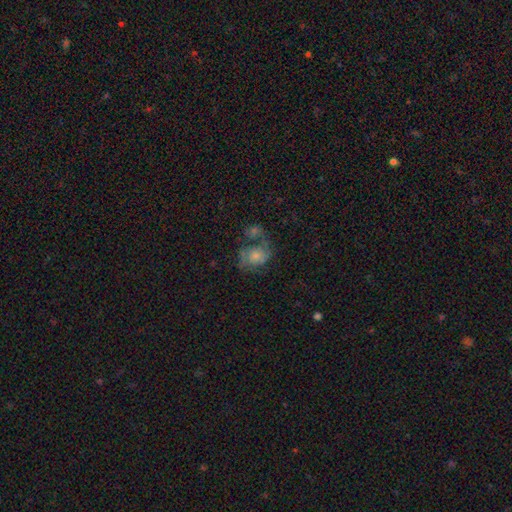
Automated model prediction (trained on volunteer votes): The model was most divided on "bulge size": moderate: 45%, small: 39%, large: 7%, none: 7%, dominant: 2%. Remaining: edge-on disk — no (98%); spiral arms — yes (81%); bar — no (75%); smooth or featured — featured or disk (59%); merging — none (42%).